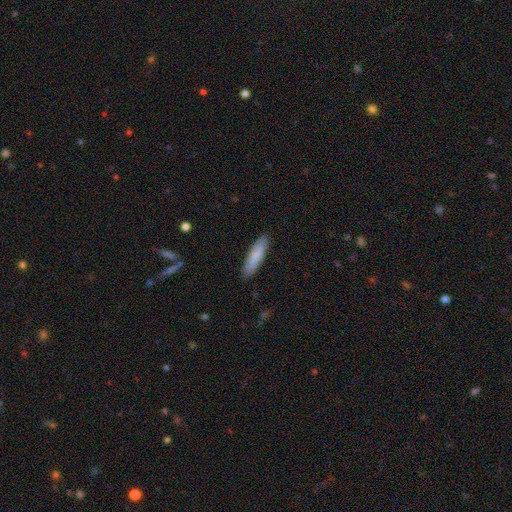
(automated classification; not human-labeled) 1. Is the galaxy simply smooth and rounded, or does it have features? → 85% smooth, 10% featured or disk, 5% star or artifact.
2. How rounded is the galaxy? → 70% cigar-shaped, 28% in between, 1% round.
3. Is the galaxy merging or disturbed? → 89% none, 8% minor disturbance, 2% major disturbance, 1% merger.